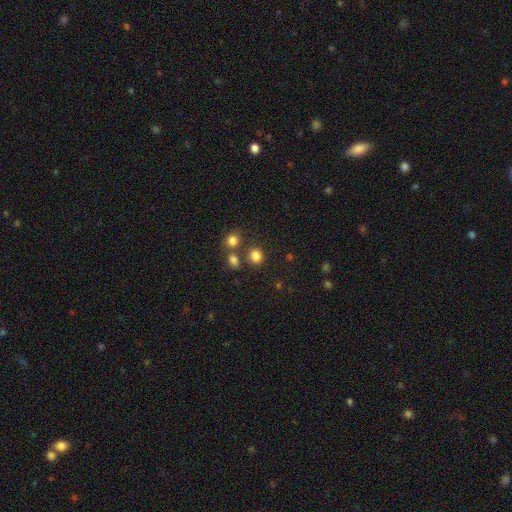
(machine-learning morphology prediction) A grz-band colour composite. It shows a smooth galaxy with no disk features (81%) that is round (79%). Merging: none (72%).